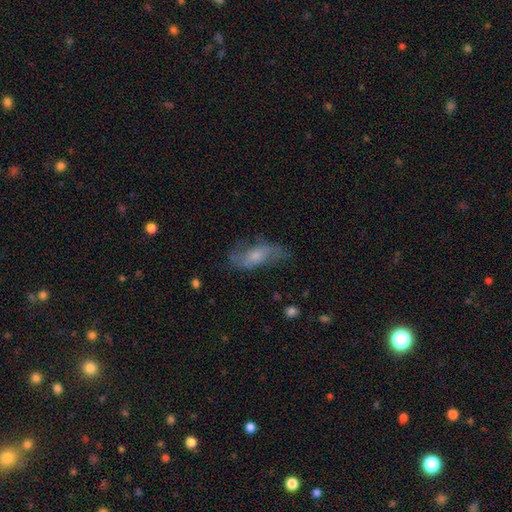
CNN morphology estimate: A featured or disk galaxy (55%).

Vote fractions:
- Smooth or featured? featured or disk: 55% / smooth: 37% / star or artifact: 9%
- Edge-on disk? no: 87% / yes: 13%
- Merging? none: 62% / minor disturbance: 23% / major disturbance: 13% / merger: 2%